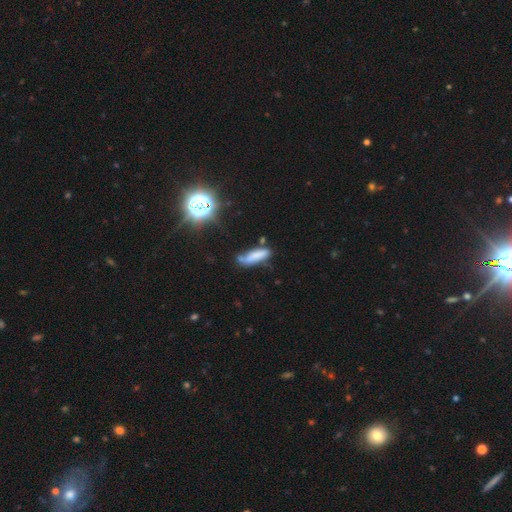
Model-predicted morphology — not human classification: Smooth or featured: smooth — 70% (featured or disk — 18%)
How rounded: cigar-shaped — 59% (in between — 39%)
Merging: none — 52% (minor disturbance — 30%)